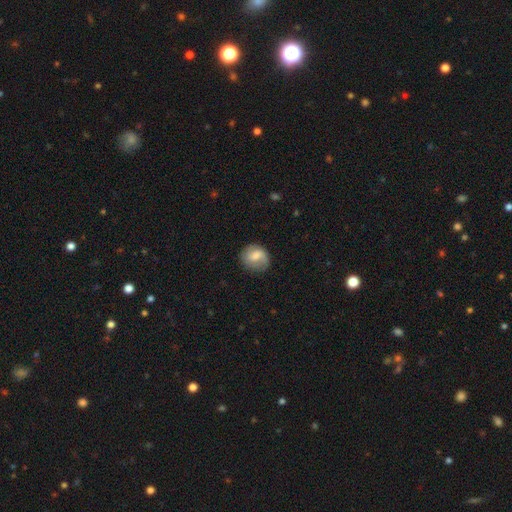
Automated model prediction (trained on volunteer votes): Overall: smooth (60%; featured or disk 32%). How rounded: round (72%). Merging: none (71%).